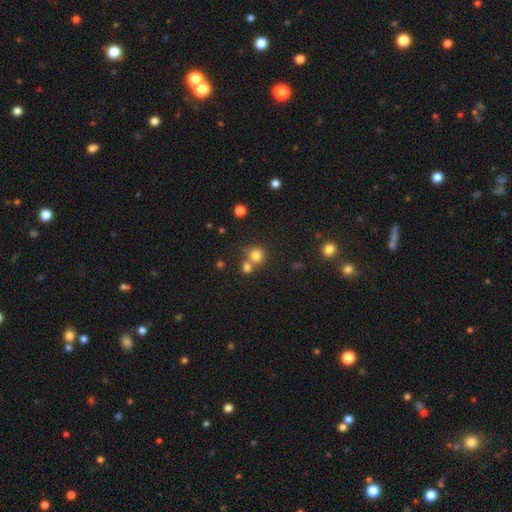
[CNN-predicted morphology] type=smooth (78%); roundness=round (89%); merging=none (55%).